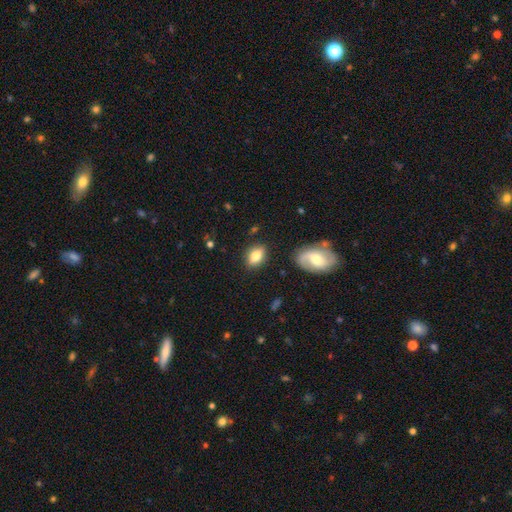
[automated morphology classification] type=smooth (67%); roundness=in between (79%); merging=none (83%).